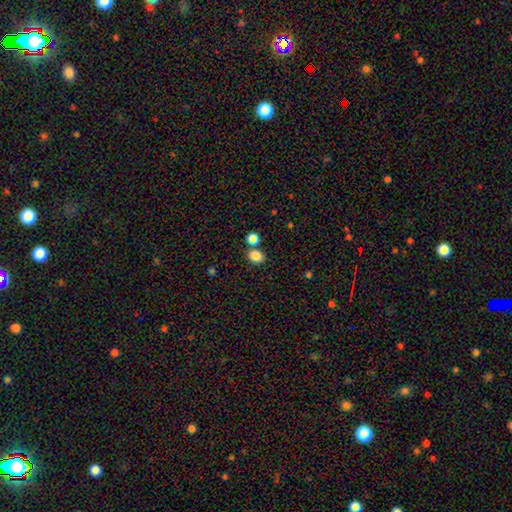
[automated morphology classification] A smooth galaxy with no disk features (85%) that is in between round and cigar-shaped (56%). Merging: none (67%).